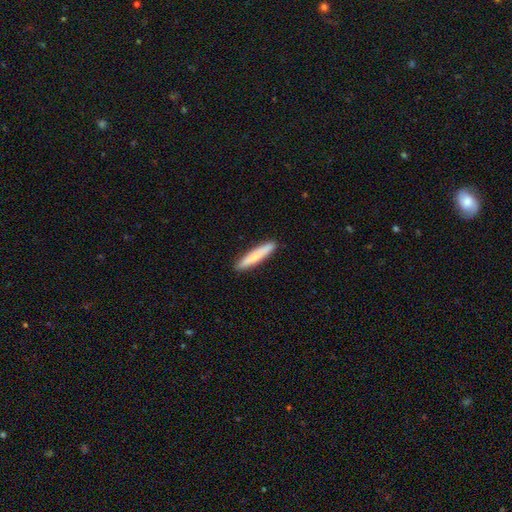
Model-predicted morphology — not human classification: The model was most divided on "smooth or featured": smooth: 76%, featured or disk: 18%, star or artifact: 5%. More confident: how rounded — cigar-shaped (93%); merging — none (92%).